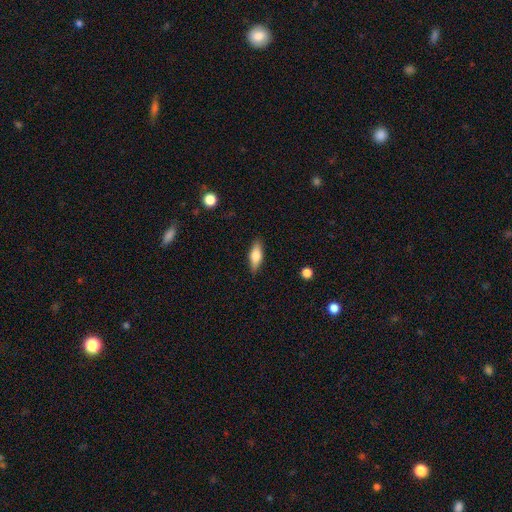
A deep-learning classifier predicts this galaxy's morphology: Smooth or featured?
  - smooth: 61% *
  - featured or disk: 32%
  - star or artifact: 7%
How rounded?
  - in between: 64% *
  - cigar-shaped: 33%
  - round: 3%
Merging?
  - none: 86% *
  - minor disturbance: 10%
  - major disturbance: 2%
  - merger: 1%